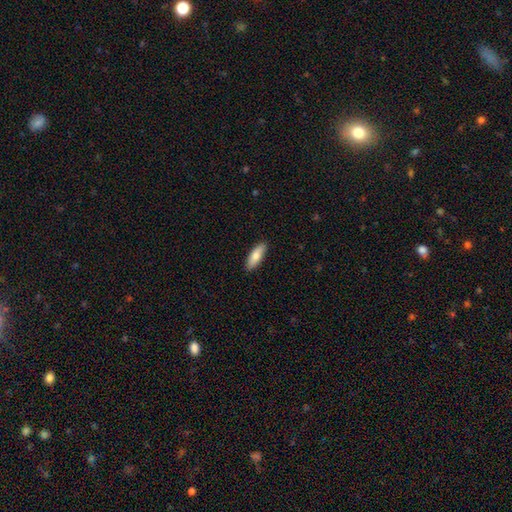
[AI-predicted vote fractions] Smooth or featured?
  - smooth: 80% *
  - featured or disk: 14%
  - star or artifact: 6%
How rounded?
  - in between: 59% *
  - cigar-shaped: 39%
  - round: 2%
Merging?
  - none: 89% *
  - minor disturbance: 8%
  - major disturbance: 2%
  - merger: 1%